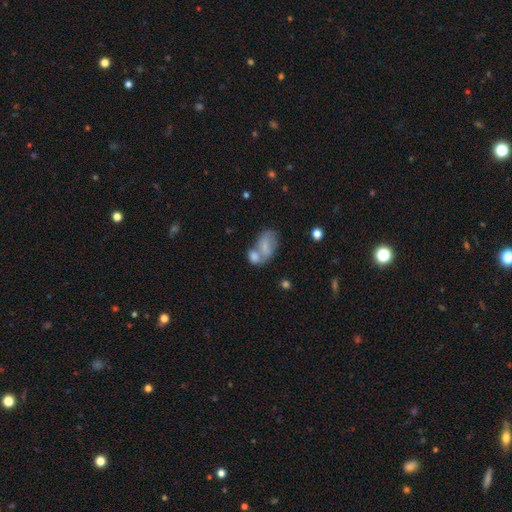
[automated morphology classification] A smooth galaxy with no disk features (67%) that is in between round and cigar-shaped (83%).

Vote fractions:
- Smooth or featured? smooth: 67% / featured or disk: 24% / star or artifact: 9%
- How rounded? in between: 83% / round: 14% / cigar-shaped: 3%
- Merging? merger: 57% / none: 24% / minor disturbance: 12% / major disturbance: 7%